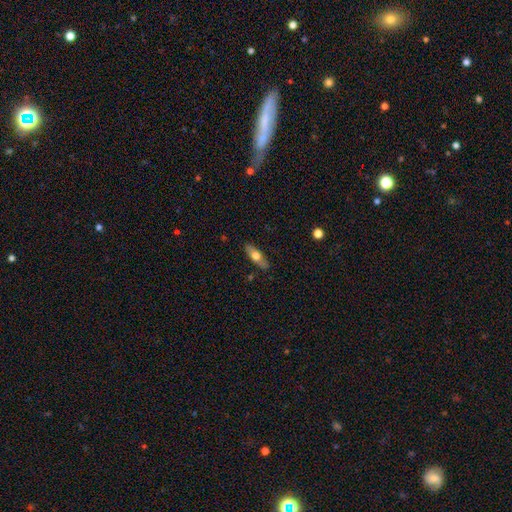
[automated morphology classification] This is possibly a smooth galaxy (57%). How rounded: likely in between (69%). Merging: clearly none (85%).